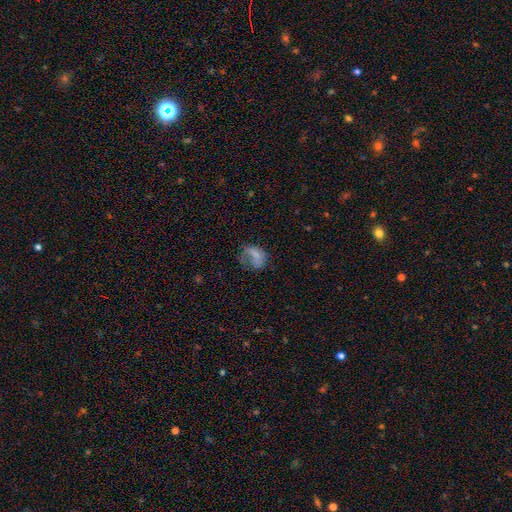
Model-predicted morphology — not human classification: This is possibly a smooth galaxy (55%). How rounded: possibly in between (56%). Merging: marginally major disturbance (42%).